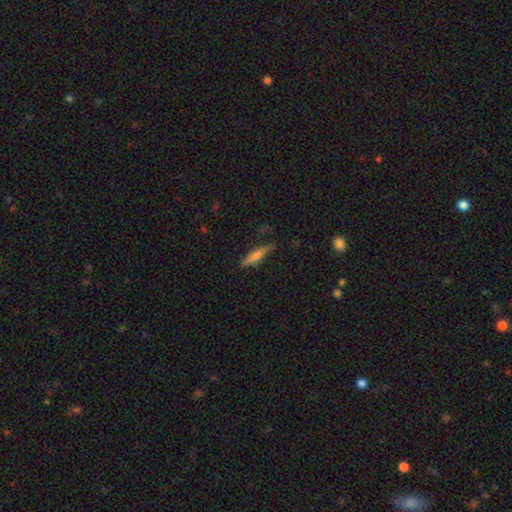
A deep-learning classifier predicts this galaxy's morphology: A smooth galaxy with no disk features (68%) that is cigar-shaped (82%). Merging: none (74%).